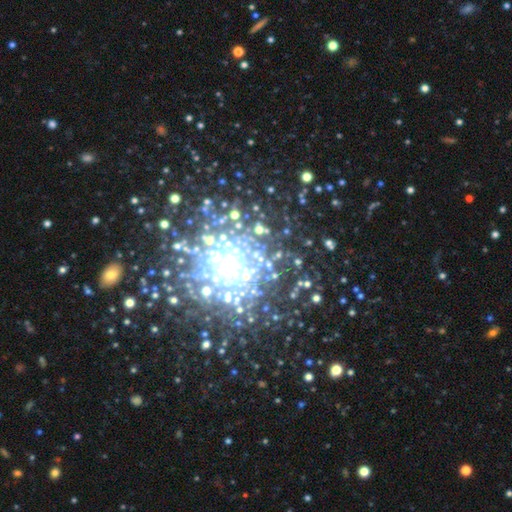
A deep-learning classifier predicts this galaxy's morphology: smooth_or_featured: star or artifact (p=0.56) [alt: featured or disk p=0.31]